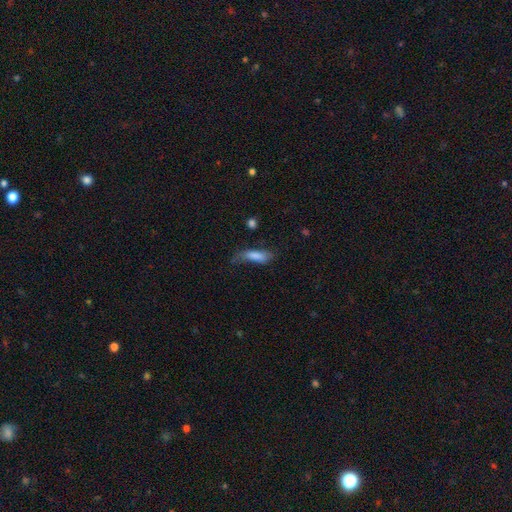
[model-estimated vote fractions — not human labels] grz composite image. It shows a smooth galaxy with no disk features (77%) that is in between round and cigar-shaped (55%). Merging: none (43%).